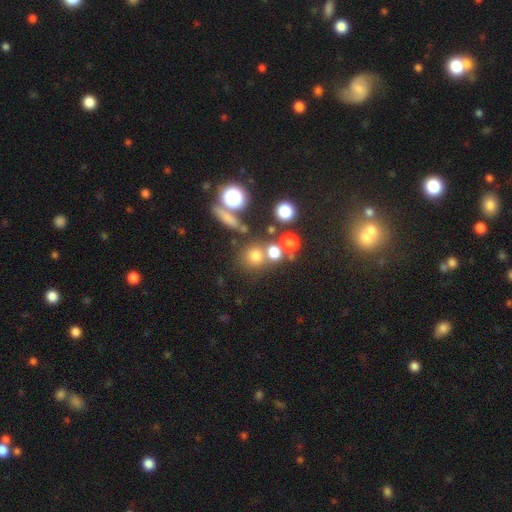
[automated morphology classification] type=smooth (69%); roundness=round (88%); merging=none (65%).